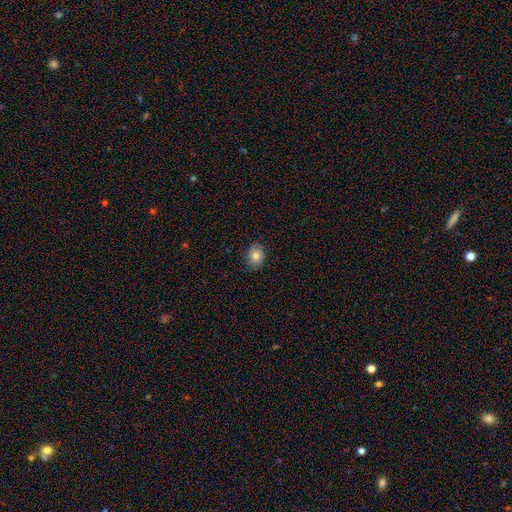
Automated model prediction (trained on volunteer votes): Smooth or featured? smooth (80%)
How rounded? round (52%)
Merging? none (84%)